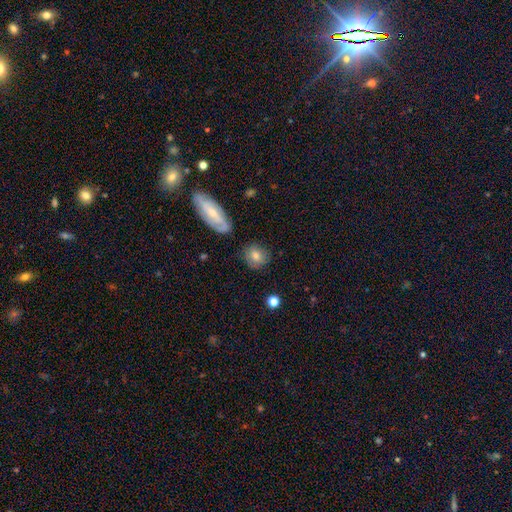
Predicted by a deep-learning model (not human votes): A smooth galaxy with no disk features (68%) that is round (71%). Merging: none (78%).